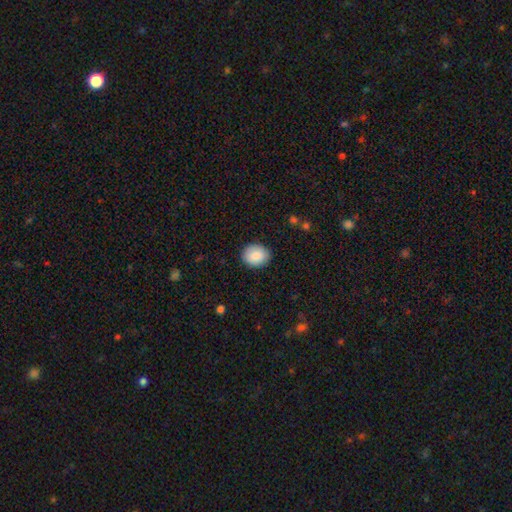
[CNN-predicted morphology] The model was most divided on "how rounded": round: 53%, in between: 46%, cigar-shaped: 1%. More confident: merging — none (87%); smooth or featured — smooth (87%).